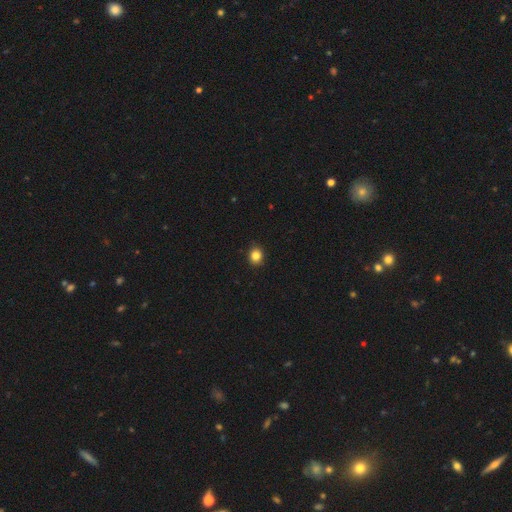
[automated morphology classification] smooth_or_featured: smooth (p=0.84) [alt: star or artifact p=0.11]
how_rounded: round (p=0.77) [alt: in between p=0.22]
merging: none (p=0.88) [alt: minor disturbance p=0.09]